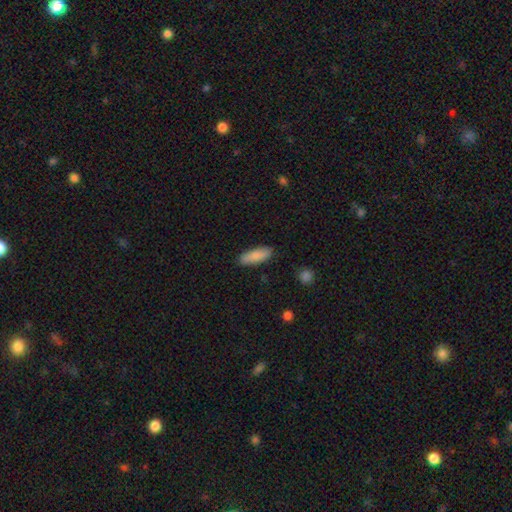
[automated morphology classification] type=smooth (87%); roundness=in between (61%); merging=none (87%).